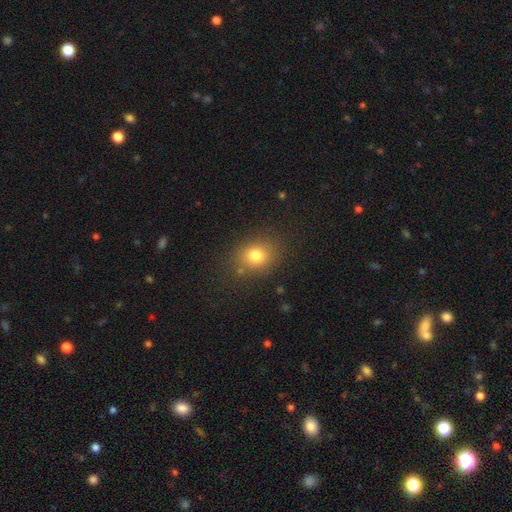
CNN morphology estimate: smooth-or-featured: smooth: 78% | star or artifact: 13% | featured or disk: 9%
  how-rounded: round: 63% | in between: 36% | cigar-shaped: 1%
  merging: none: 80% | minor disturbance: 12% | major disturbance: 5% | merger: 3%